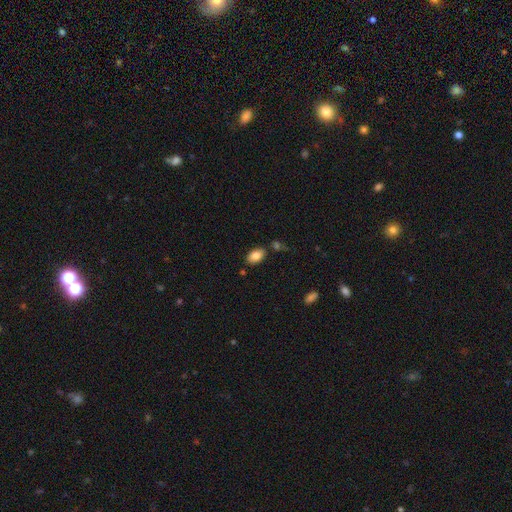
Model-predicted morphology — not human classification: A smooth galaxy with no disk features (85%) that is in between round and cigar-shaped (91%). Merging: none (78%).